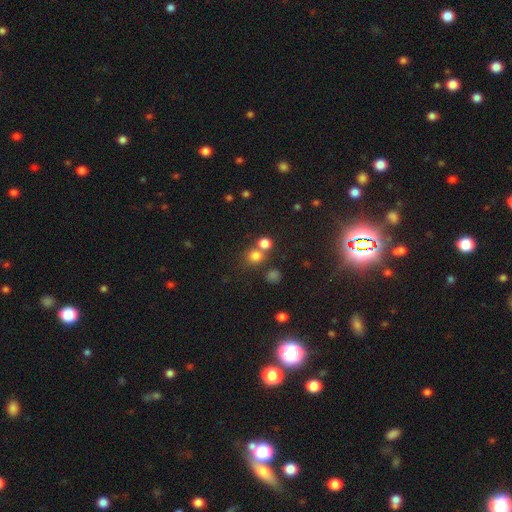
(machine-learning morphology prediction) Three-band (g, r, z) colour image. It shows a smooth galaxy with no disk features (76%) that is round (81%). Merging: none (57%).